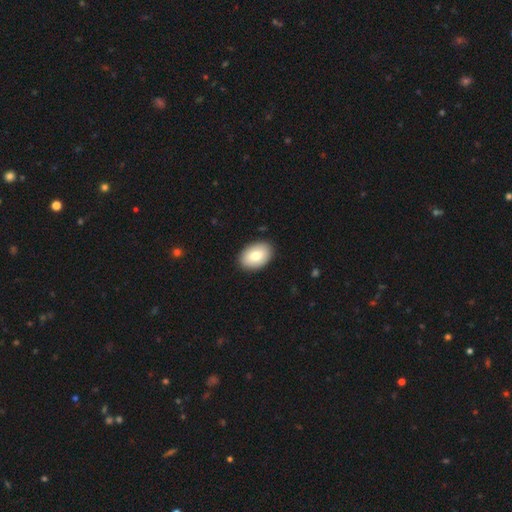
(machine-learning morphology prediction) This is likely a smooth galaxy (79%). How rounded: clearly in between (86%). Merging: clearly none (89%).